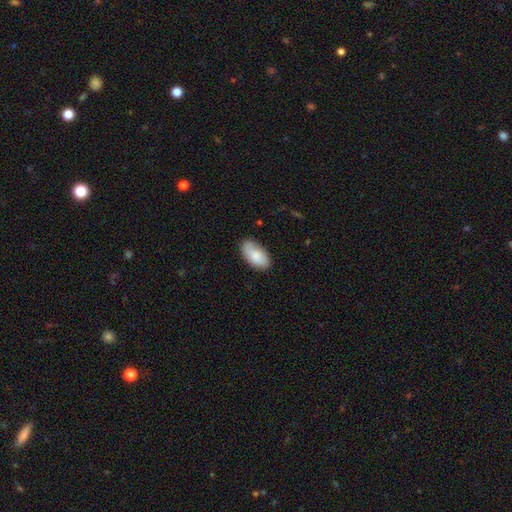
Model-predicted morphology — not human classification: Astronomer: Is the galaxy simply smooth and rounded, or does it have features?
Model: smooth — 80%.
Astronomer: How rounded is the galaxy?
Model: in between — 94%.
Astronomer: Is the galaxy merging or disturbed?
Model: none — 77%.